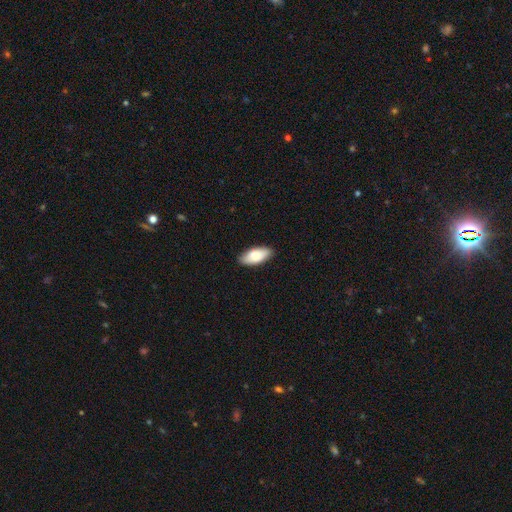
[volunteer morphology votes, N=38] Smooth or featured? 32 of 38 (84%) said smooth. How rounded? 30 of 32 (94%) said in between. Merging? 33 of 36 (92%) said none.